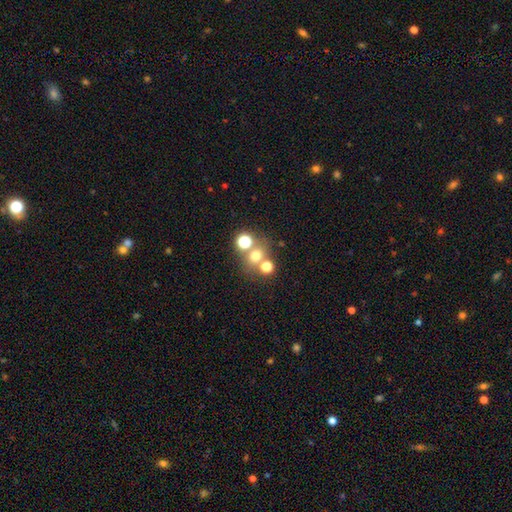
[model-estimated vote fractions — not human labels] The model was most divided on "merging": none: 56%, merger: 31%, minor disturbance: 8%, major disturbance: 5%. More confident: how rounded — round (76%); smooth or featured — smooth (63%).